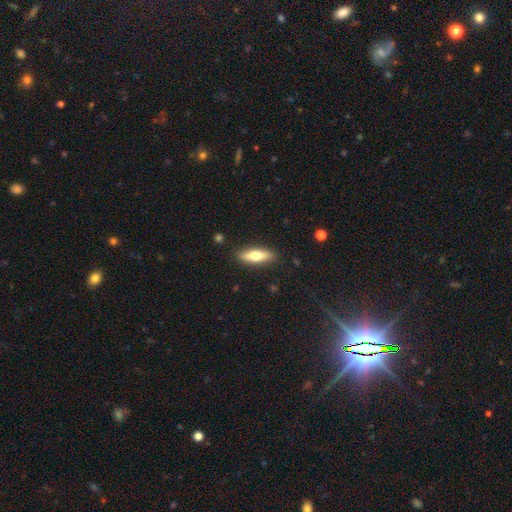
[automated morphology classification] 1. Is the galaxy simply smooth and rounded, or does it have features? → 65% smooth, 29% featured or disk, 6% star or artifact.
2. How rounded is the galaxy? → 49% cigar-shaped (tied), 49% in between (tied), 2% round.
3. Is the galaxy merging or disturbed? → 87% none, 9% minor disturbance, 2% major disturbance, 1% merger.